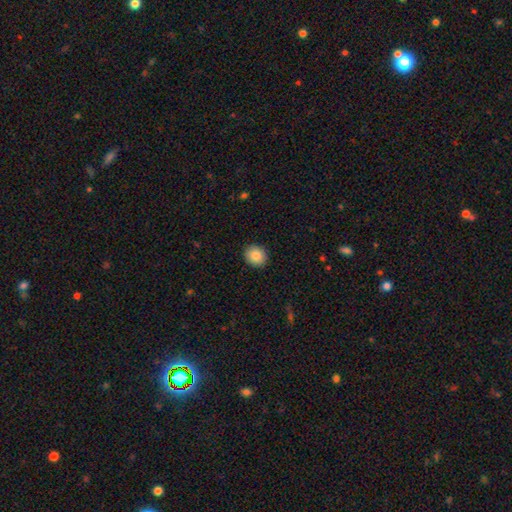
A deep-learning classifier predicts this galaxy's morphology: type=smooth (87%); roundness=round (75%); merging=none (90%).